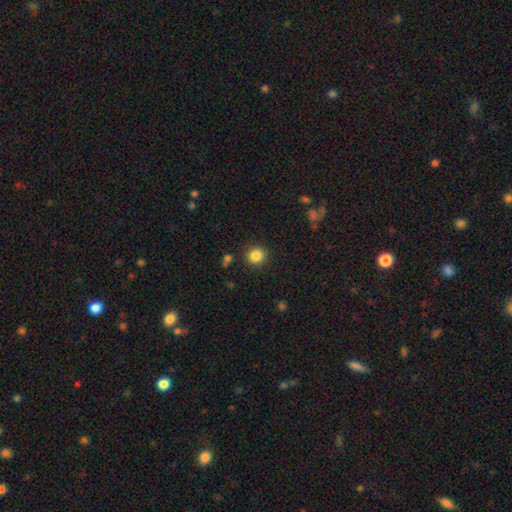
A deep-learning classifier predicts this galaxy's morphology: Smooth or featured? smooth (85%)
How rounded? round (92%)
Merging? none (90%)